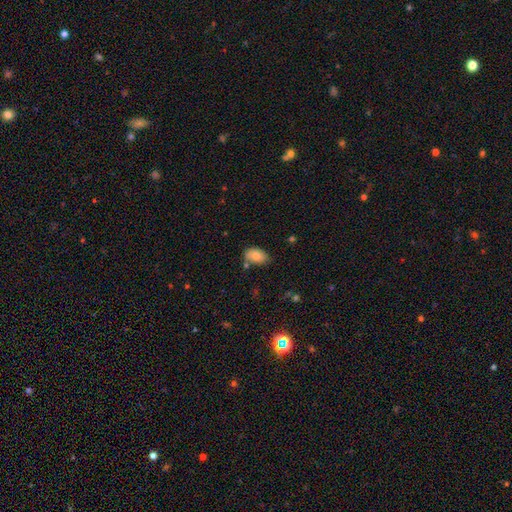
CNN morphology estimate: smooth-or-featured: smooth: 83% | featured or disk: 9% | star or artifact: 8%
  how-rounded: in between: 90% | round: 9% | cigar-shaped: 1%
  merging: none: 67% | minor disturbance: 23% | merger: 6% | major disturbance: 4%